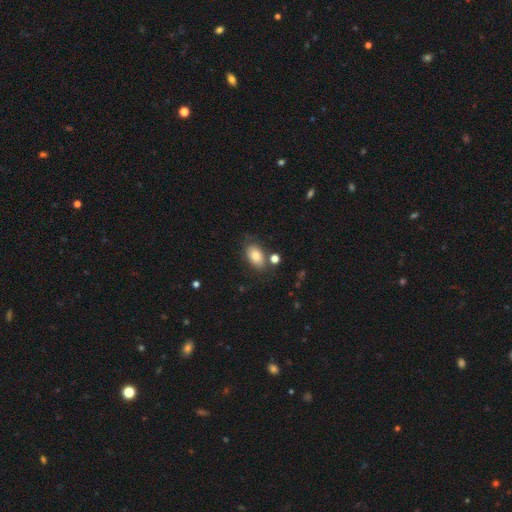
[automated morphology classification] Smooth or featured: smooth — 82% (featured or disk — 10%)
How rounded: in between — 91% (round — 7%)
Merging: none — 72% (minor disturbance — 15%)